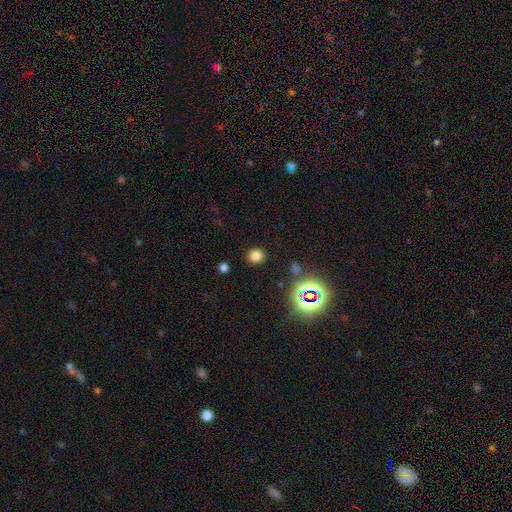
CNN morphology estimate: A smooth galaxy with no disk features (75%) that is round (79%).

Vote fractions:
- Smooth or featured? smooth: 75% / star or artifact: 19% / featured or disk: 6%
- How rounded? round: 79% / in between: 20% / cigar-shaped: 1%
- Merging? none: 88% / minor disturbance: 7% / major disturbance: 3% / merger: 2%